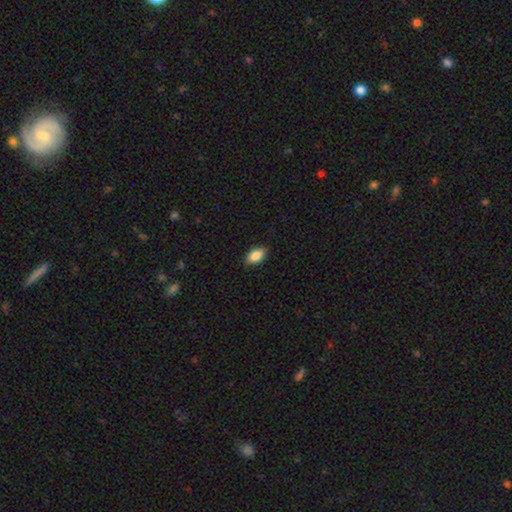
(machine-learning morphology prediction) Smooth or featured? Predicted: smooth (p=0.87). How rounded? Predicted: in between (p=0.93). Merging? Predicted: none (p=0.89).